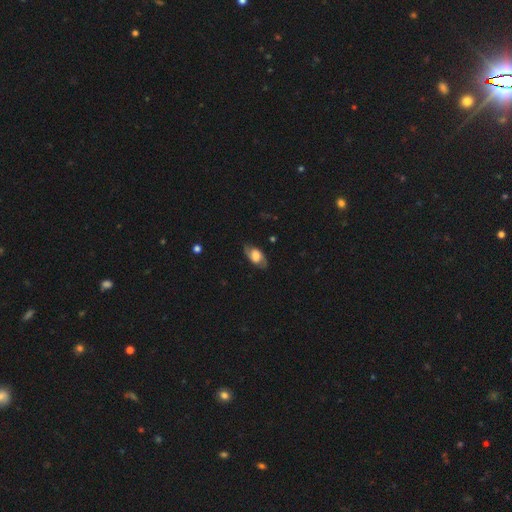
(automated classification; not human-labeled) Morphology: type=featured or disk (58%); edge-on=no (91%); bar=no (49%); spiral arms=yes (83%); bulge=large (42%); merging=none (77%).